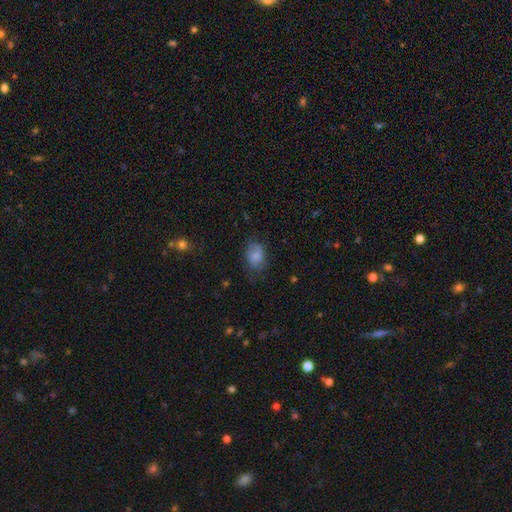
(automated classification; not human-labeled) Morphology: type=smooth (76%); roundness=in between (77%); merging=none (63%).